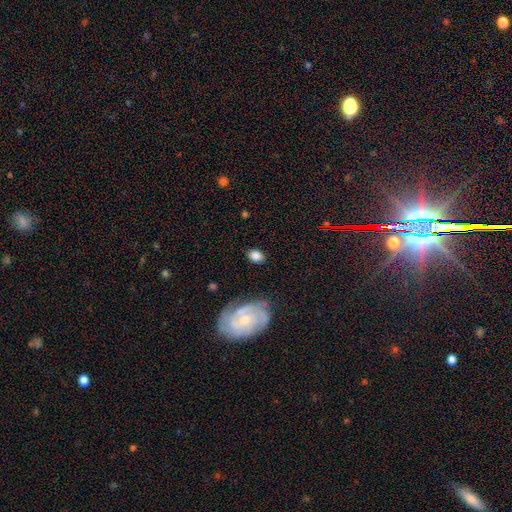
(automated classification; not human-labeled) Morphology: type=smooth (78%); roundness=in between (74%); merging=none (80%).